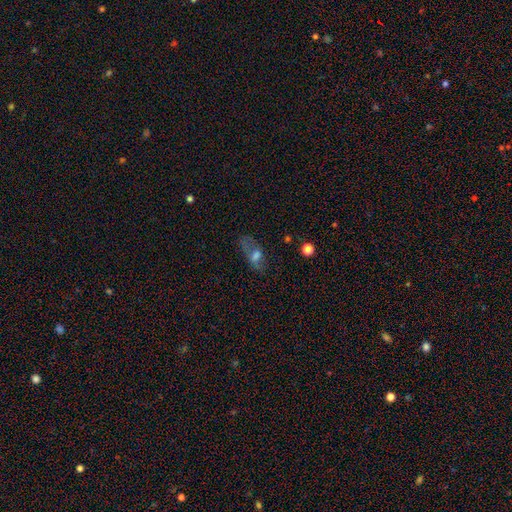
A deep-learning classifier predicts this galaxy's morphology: Overall: smooth (49%; featured or disk 37%). Merging: none (47%; major disturbance 25%).